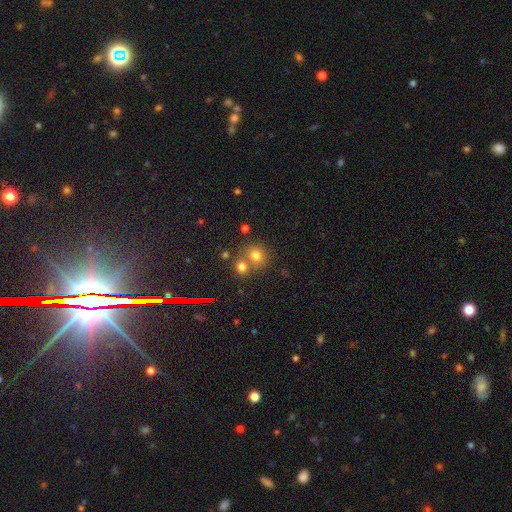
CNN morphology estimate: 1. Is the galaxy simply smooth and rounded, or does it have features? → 73% smooth, 18% star or artifact, 9% featured or disk.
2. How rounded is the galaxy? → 81% round, 18% in between, 1% cigar-shaped.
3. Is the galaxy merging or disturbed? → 54% none, 35% merger, 8% minor disturbance, 3% major disturbance.